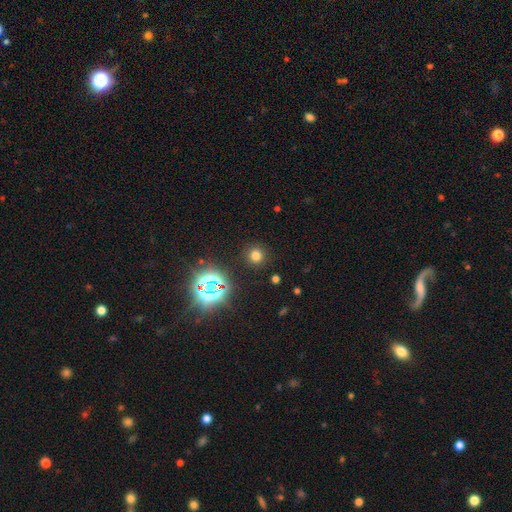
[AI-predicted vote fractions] Smooth or featured: smooth — 70% (star or artifact — 24%)
How rounded: round — 91% (in between — 8%)
Merging: none — 89% (minor disturbance — 6%)